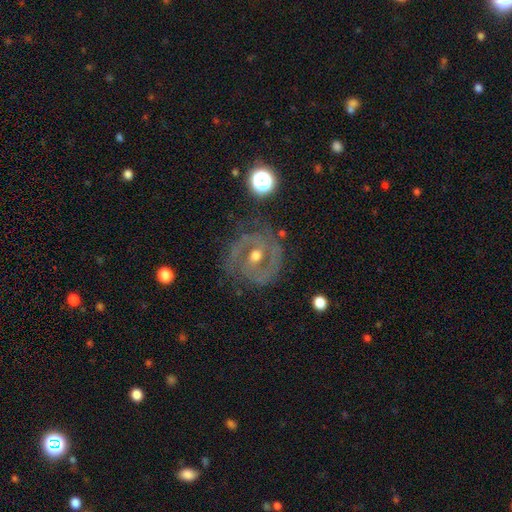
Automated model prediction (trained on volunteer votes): Overall: featured or disk (83%). Edge-on disk: no (97%). Bar: weak (44%; no 37%). Spiral arms: yes (88%). Spiral arm count: 2 (63%). Spiral winding: tight (53%; medium 38%). Bulge size: moderate (69%). Merging: none (75%).